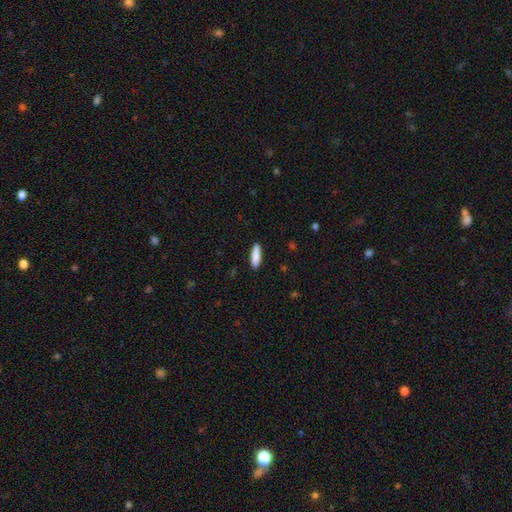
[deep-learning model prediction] Q: Smooth or featured?
A: smooth (87%); runner-up: featured or disk (7%)
Q: How rounded?
A: cigar-shaped (64%); runner-up: in between (34%)
Q: Merging?
A: none (89%); runner-up: minor disturbance (8%)